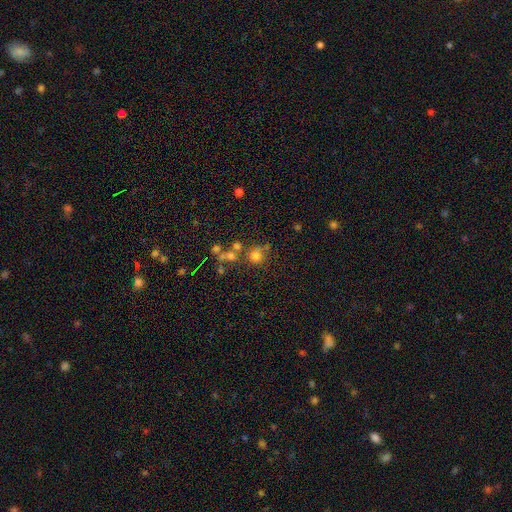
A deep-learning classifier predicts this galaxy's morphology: Overall: smooth (68%). How rounded: round (89%). Merging: none (62%; merger 22%).